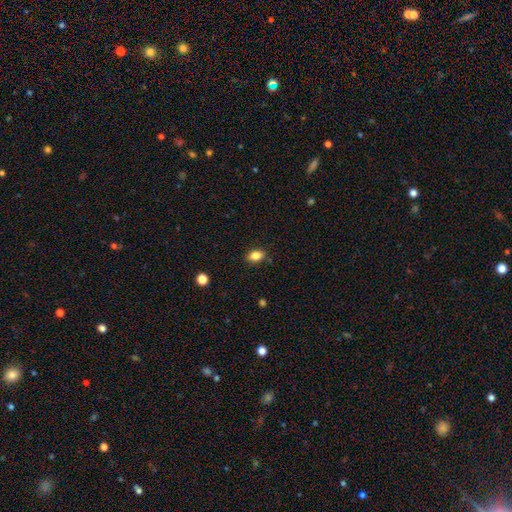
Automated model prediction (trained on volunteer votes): Smooth or featured? smooth (83%)
How rounded? in between (85%)
Merging? none (83%)